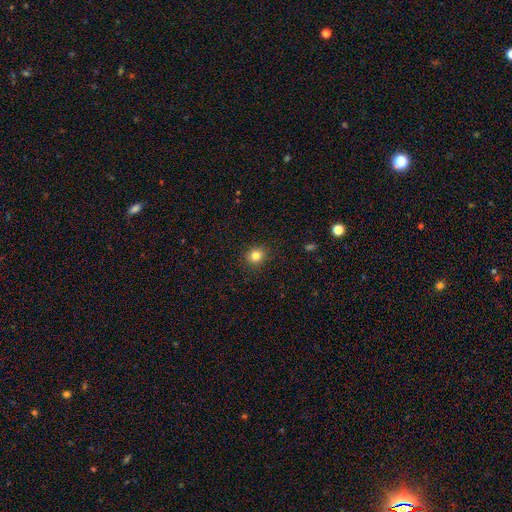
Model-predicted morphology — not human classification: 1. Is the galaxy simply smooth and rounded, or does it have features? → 83% smooth, 12% star or artifact, 5% featured or disk.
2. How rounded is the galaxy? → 80% round, 19% in between, 1% cigar-shaped.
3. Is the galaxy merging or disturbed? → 90% none, 7% minor disturbance, 2% major disturbance, 1% merger.